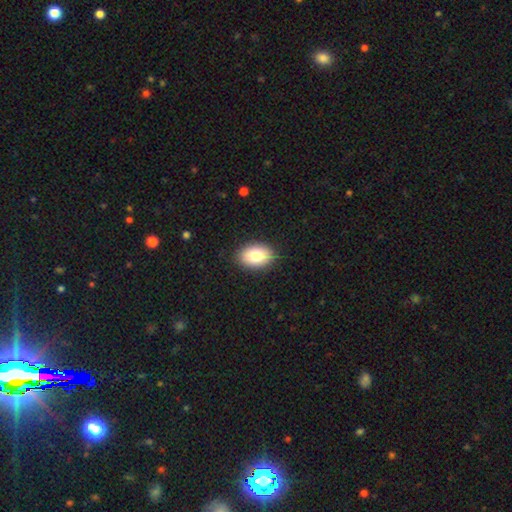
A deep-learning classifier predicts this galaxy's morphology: This is likely a smooth galaxy (80%). How rounded: clearly in between (85%). Merging: clearly none (88%).